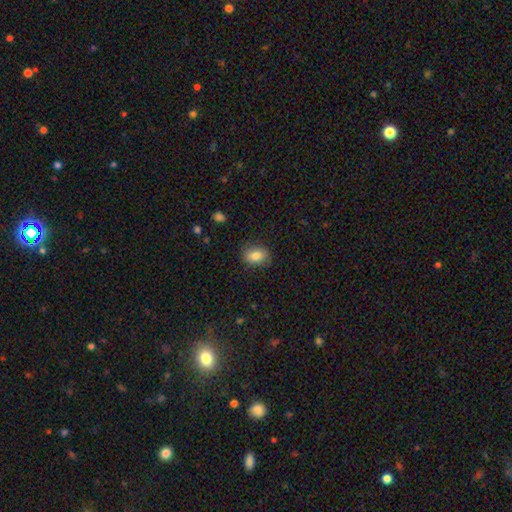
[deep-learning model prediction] Morphology: type=smooth (83%); roundness=in between (71%); merging=none (83%).